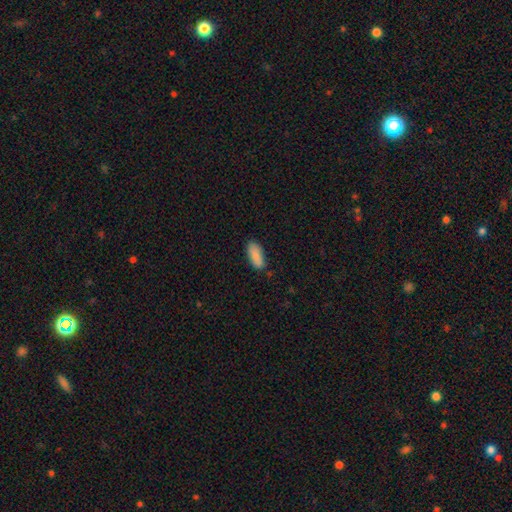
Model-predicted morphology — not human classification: smooth_or_featured: smooth (p=0.86) [alt: featured or disk p=0.08]
how_rounded: in between (p=0.83) [alt: cigar-shaped p=0.15]
merging: none (p=0.80) [alt: minor disturbance p=0.16]